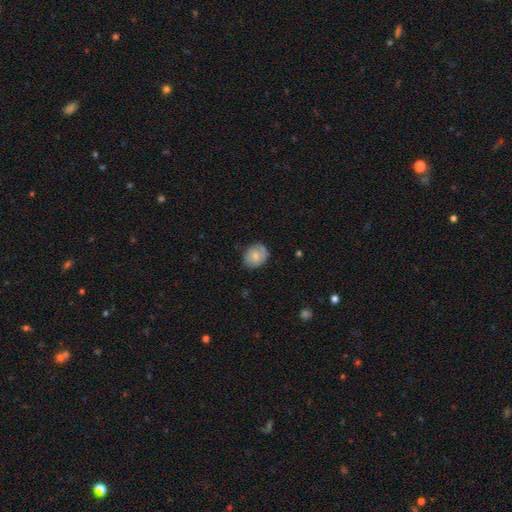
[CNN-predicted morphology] Smooth or featured? smooth (64%)
How rounded? round (63%)
Merging? none (72%)